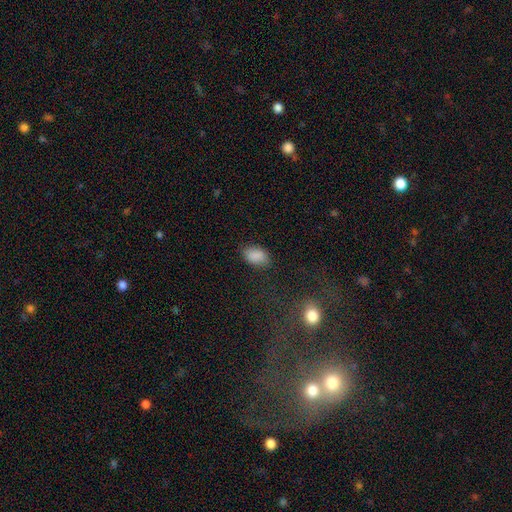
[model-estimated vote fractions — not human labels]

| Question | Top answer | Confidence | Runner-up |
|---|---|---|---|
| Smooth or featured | smooth | 87% | star or artifact (8%) |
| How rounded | in between | 91% | round (8%) |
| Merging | none | 81% | minor disturbance (14%) |